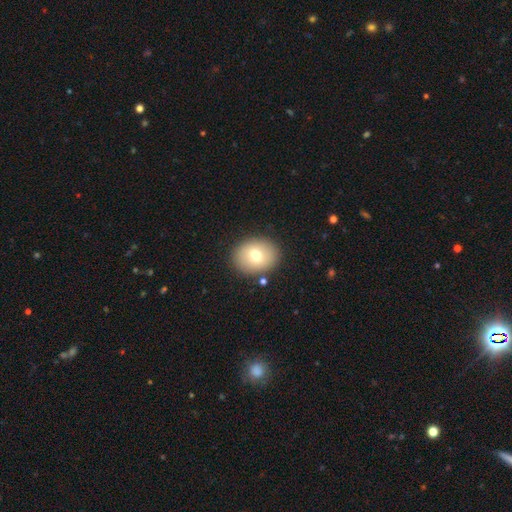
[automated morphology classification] A smooth galaxy with no disk features (73%) that is round (52%).

Vote fractions:
- Smooth or featured? smooth: 73% / featured or disk: 18% / star or artifact: 9%
- How rounded? round: 52% / in between: 47% / cigar-shaped: 1%
- Merging? none: 87% / minor disturbance: 8% / merger: 3% / major disturbance: 2%